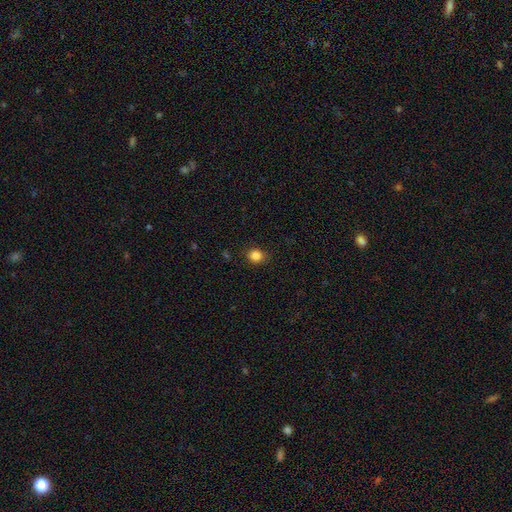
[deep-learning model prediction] Morphology: type=smooth (85%); roundness=round (70%); merging=none (87%).